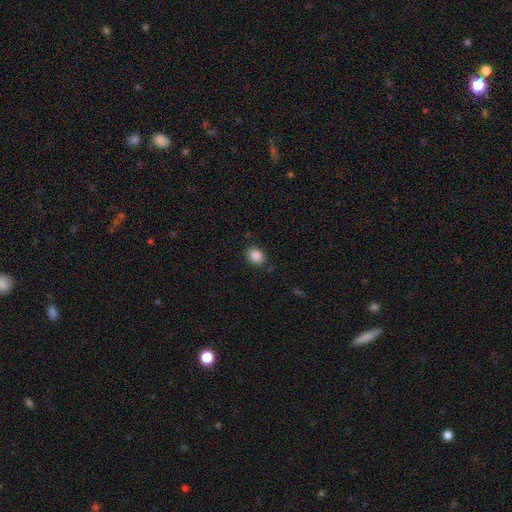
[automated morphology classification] The model was most divided on "how rounded": round: 50%, in between: 49%, cigar-shaped: 1%. More confident: smooth or featured — smooth (87%); merging — none (80%).